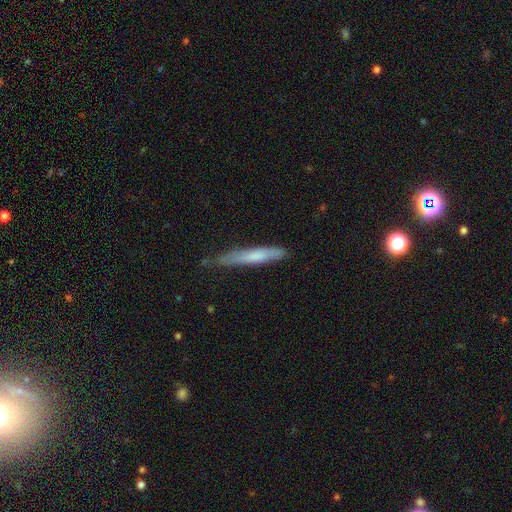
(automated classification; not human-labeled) Smooth or featured?
  - smooth: 65% *
  - featured or disk: 29%
  - star or artifact: 6%
How rounded?
  - cigar-shaped: 94% *
  - in between: 5%
  - round: 1%
Merging?
  - none: 71% *
  - minor disturbance: 23%
  - major disturbance: 4%
  - merger: 2%